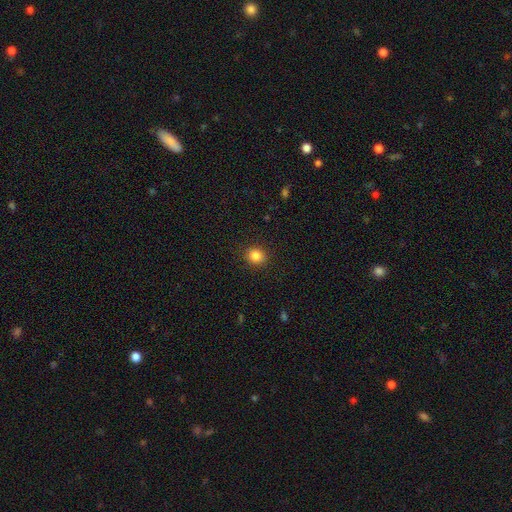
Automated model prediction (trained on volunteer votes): This is clearly a smooth galaxy (85%). How rounded: likely round (75%). Merging: clearly none (90%).